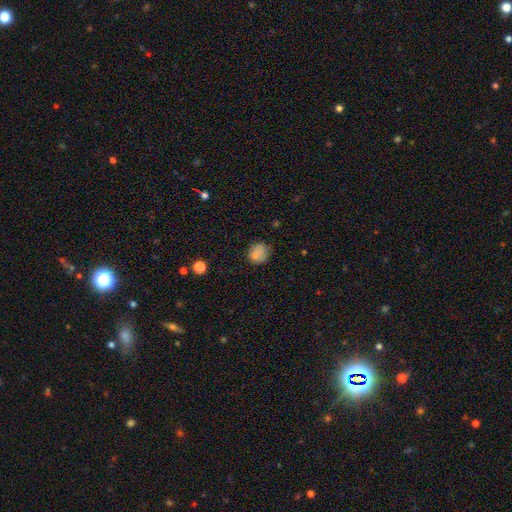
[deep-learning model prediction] Smooth or featured?
  - smooth: 72% *
  - star or artifact: 19%
  - featured or disk: 10%
How rounded?
  - round: 80% *
  - in between: 19%
  - cigar-shaped: 1%
Merging?
  - none: 75% *
  - minor disturbance: 17%
  - major disturbance: 6%
  - merger: 2%